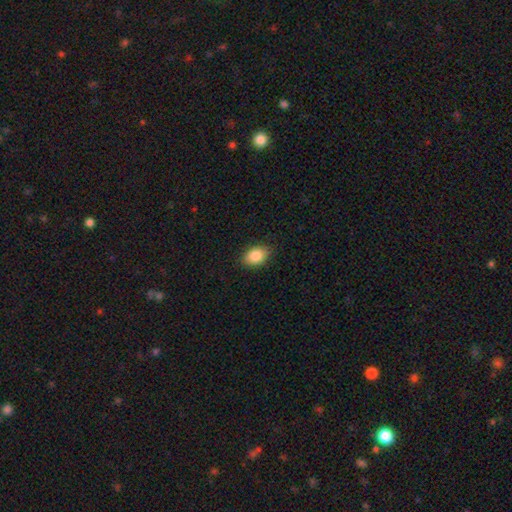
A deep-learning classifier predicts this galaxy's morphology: Smooth or featured?
  - smooth: 87% *
  - star or artifact: 7%
  - featured or disk: 6%
How rounded?
  - in between: 85% *
  - round: 14%
  - cigar-shaped: 1%
Merging?
  - none: 86% *
  - minor disturbance: 10%
  - major disturbance: 2%
  - merger: 1%